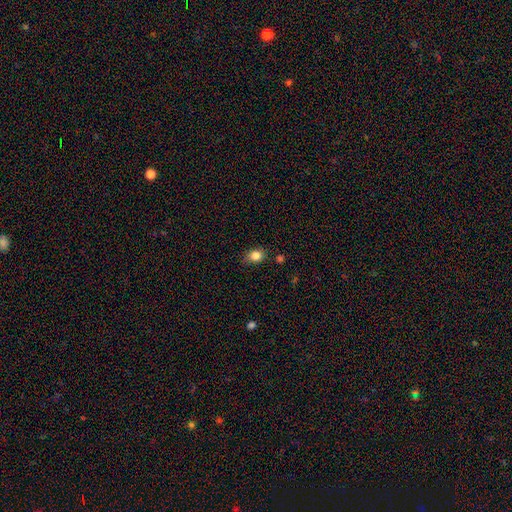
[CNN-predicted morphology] Smooth or featured? smooth (84%)
How rounded? in between (56%)
Merging? none (76%)